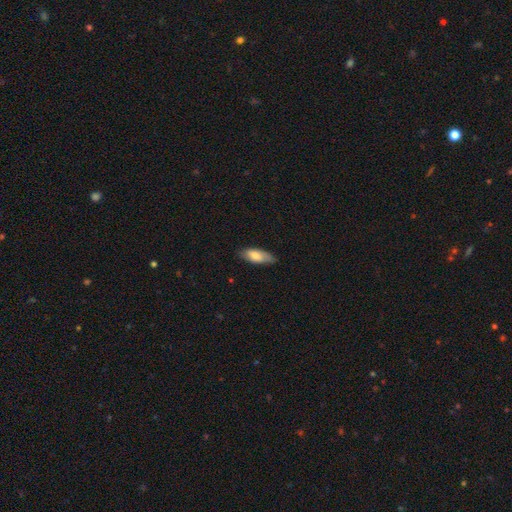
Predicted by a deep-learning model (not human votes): Smooth or featured? smooth (76%)
How rounded? in between (76%)
Merging? none (75%)